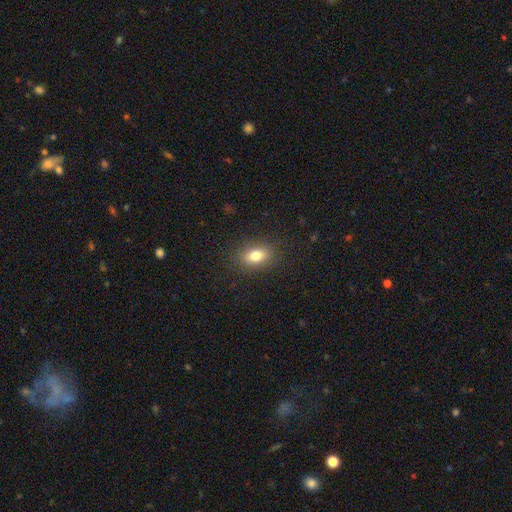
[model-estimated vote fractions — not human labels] smooth 80%, star or artifact 10%, featured or disk 10%. Down the decision tree: how rounded — in between (80%); merging — none (87%).